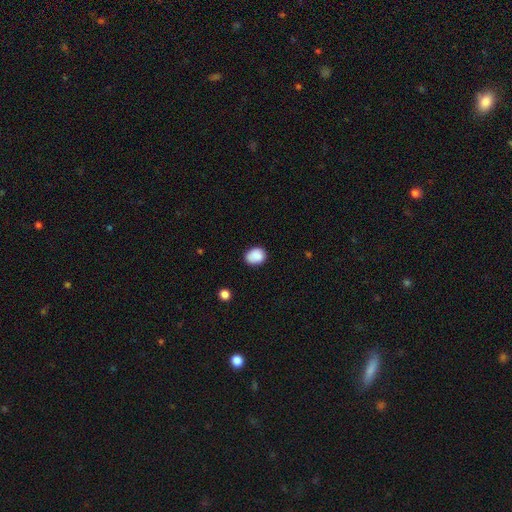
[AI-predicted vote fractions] Q: Smooth or featured?
A: smooth (87%); runner-up: star or artifact (8%)
Q: How rounded?
A: in between (51%); runner-up: round (48%)
Q: Merging?
A: none (77%); runner-up: minor disturbance (18%)